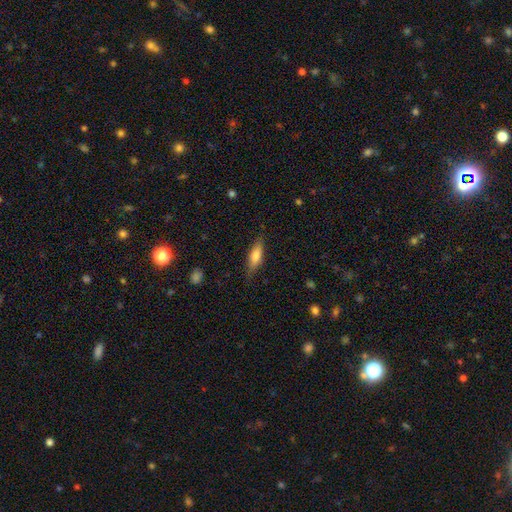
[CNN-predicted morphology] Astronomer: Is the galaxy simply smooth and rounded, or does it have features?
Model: smooth — 65%.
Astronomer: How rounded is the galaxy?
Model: cigar-shaped — 50% (runner-up: in between, 48%).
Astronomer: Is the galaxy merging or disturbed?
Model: none — 79%.